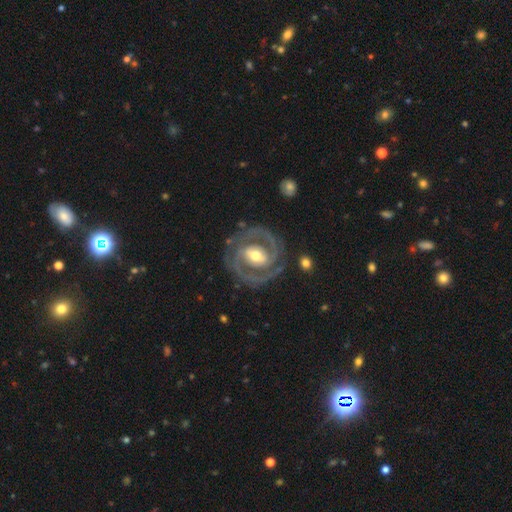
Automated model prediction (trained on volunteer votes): smooth_or_featured: featured or disk (p=0.90) [alt: smooth p=0.06]
disk_edge_on: no (p=0.98) [alt: yes p=0.02]
bar: strong (p=0.40) [alt: weak p=0.37]
has_spiral_arms: yes (p=0.96) [alt: no p=0.04]
spiral_winding: tight (p=0.55) [alt: medium p=0.39]
spiral_arm_count: 2 (p=0.88) [alt: 3 p=0.04]
bulge_size: moderate (p=0.70) [alt: small p=0.18]
merging: none (p=0.82) [alt: minor disturbance p=0.12]